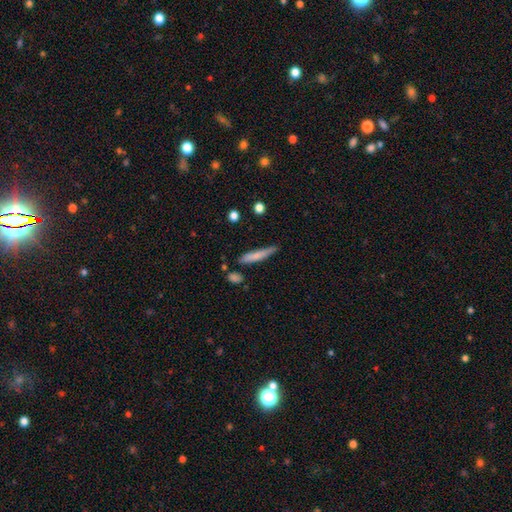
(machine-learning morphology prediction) Smooth or featured?
  - smooth: 73% *
  - featured or disk: 20%
  - star or artifact: 7%
How rounded?
  - cigar-shaped: 90% *
  - in between: 8%
  - round: 2%
Merging?
  - none: 69% *
  - minor disturbance: 22%
  - merger: 5%
  - major disturbance: 5%